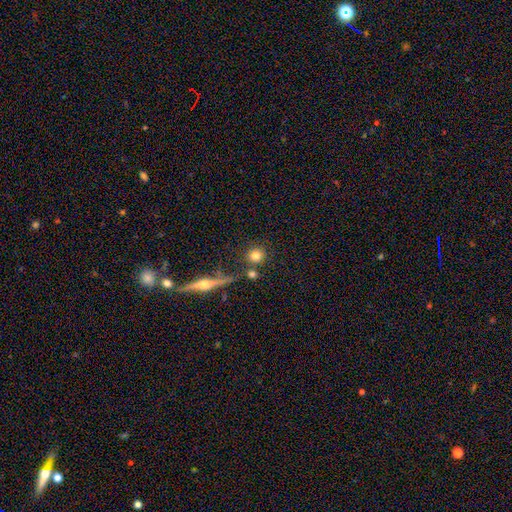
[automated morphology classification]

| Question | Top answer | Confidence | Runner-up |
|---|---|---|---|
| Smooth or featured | smooth | 77% | featured or disk (13%) |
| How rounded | round | 91% | in between (7%) |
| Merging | none | 76% | merger (12%) |